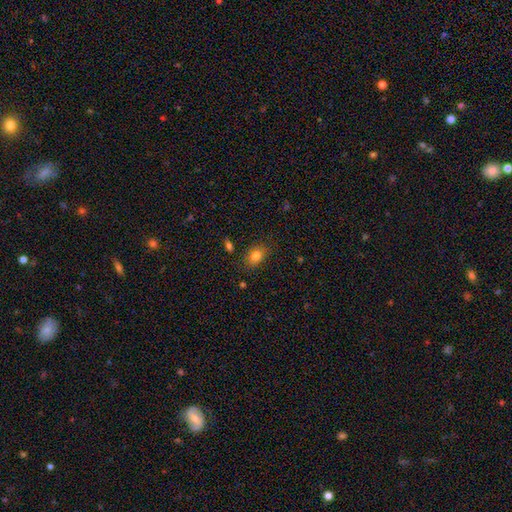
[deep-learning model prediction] Q: Smooth or featured?
A: smooth (82%); runner-up: star or artifact (10%)
Q: How rounded?
A: in between (75%); runner-up: round (23%)
Q: Merging?
A: none (82%); runner-up: minor disturbance (13%)